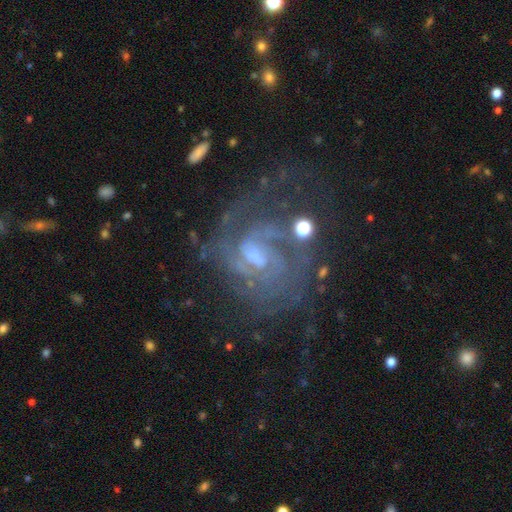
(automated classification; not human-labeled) A featured or disk galaxy (86%) with a weak bar (53%), 2 (34%) tight (52%) spiral arms (95%) and a moderate central bulge (39%). Merging: none (57%).